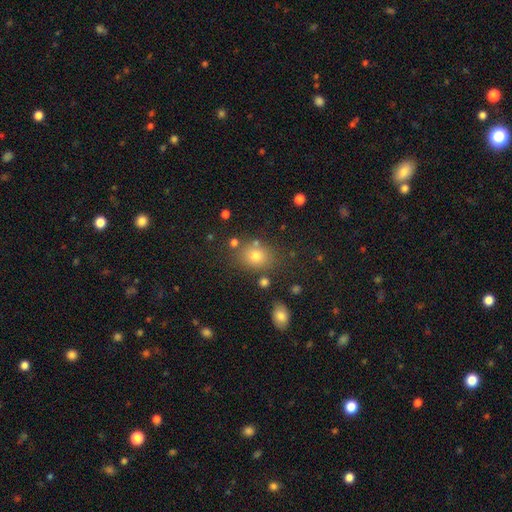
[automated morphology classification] The model was most divided on "how rounded": in between: 52%, round: 47%, cigar-shaped: 1%. More confident: merging — none (75%); smooth or featured — smooth (73%).